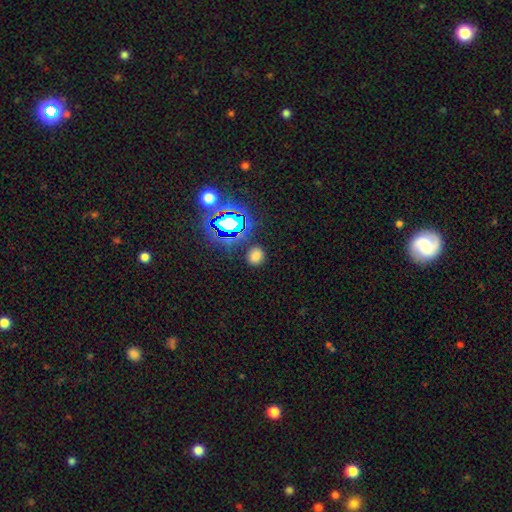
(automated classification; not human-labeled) smooth 68%, star or artifact 26%, featured or disk 7%. Down the decision tree: how rounded — round (68%); merging — none (85%).